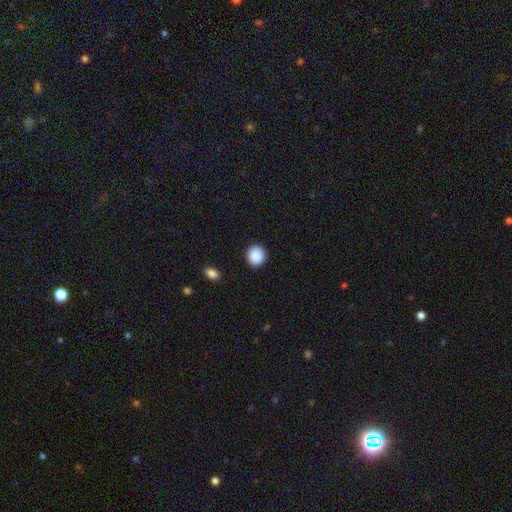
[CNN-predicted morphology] This is clearly a smooth galaxy (90%). How rounded: clearly round (86%). Merging: clearly none (91%).